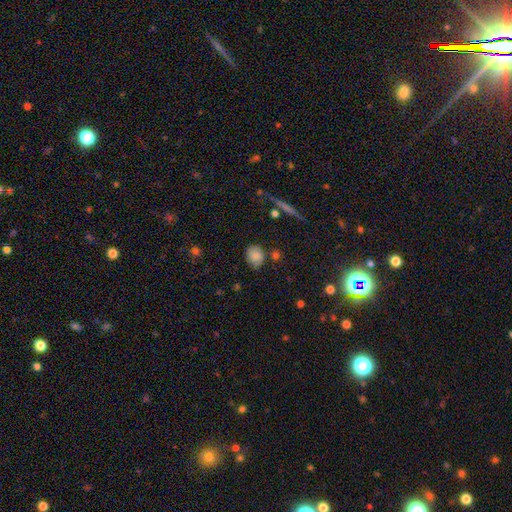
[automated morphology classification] Smooth or featured?
  - smooth: 82% *
  - star or artifact: 9%
  - featured or disk: 9%
How rounded?
  - round: 60% *
  - in between: 38%
  - cigar-shaped: 2%
Merging?
  - none: 68% *
  - minor disturbance: 21%
  - merger: 6%
  - major disturbance: 5%